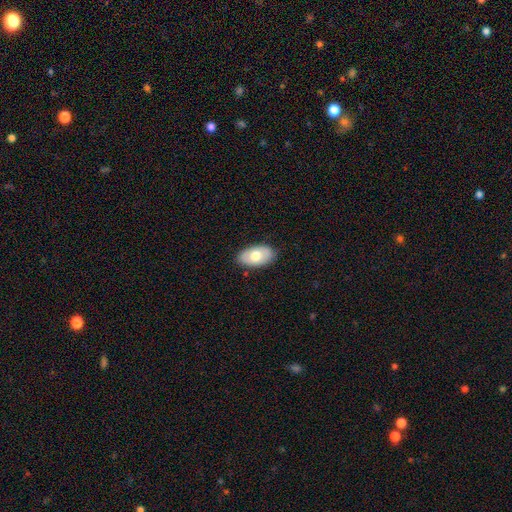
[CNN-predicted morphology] smooth_or_featured: smooth (p=0.65) [alt: featured or disk p=0.29]
how_rounded: in between (p=0.93) [alt: round p=0.05]
merging: none (p=0.85) [alt: minor disturbance p=0.11]